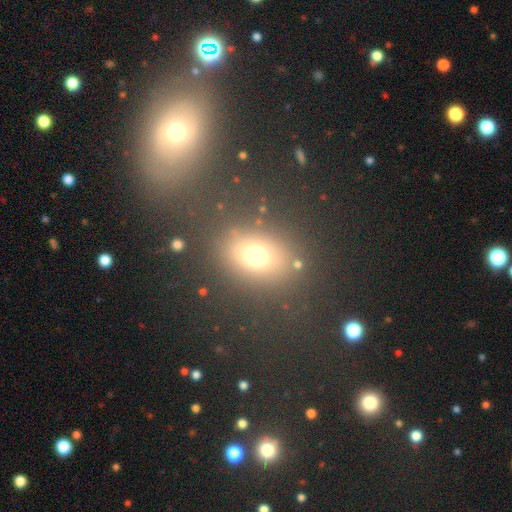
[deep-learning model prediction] smooth_or_featured: smooth (p=0.68) [alt: star or artifact p=0.21]
how_rounded: round (p=0.52) [alt: in between p=0.46]
merging: none (p=0.80) [alt: minor disturbance p=0.10]